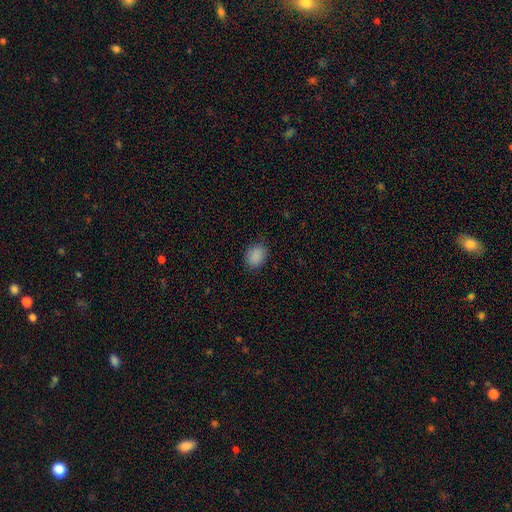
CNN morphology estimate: smooth-or-featured: smooth: 88% | star or artifact: 9% | featured or disk: 3%
  how-rounded: in between: 52% | round: 47% | cigar-shaped: 1%
  merging: none: 84% | minor disturbance: 12% | major disturbance: 3% | merger: 1%